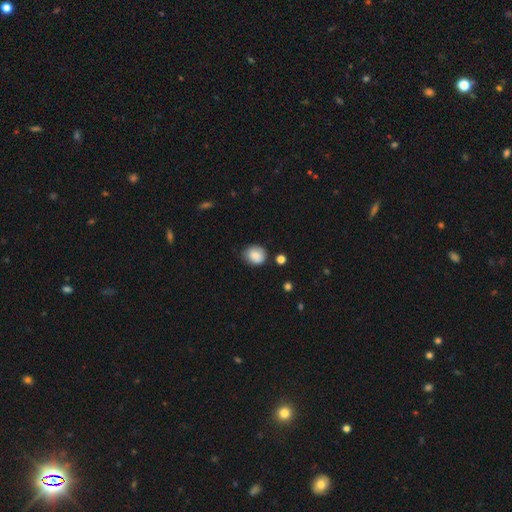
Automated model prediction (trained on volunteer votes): This appears to be a smooth galaxy with no disk features (86%) that is round (64%). Merging: none (66%).